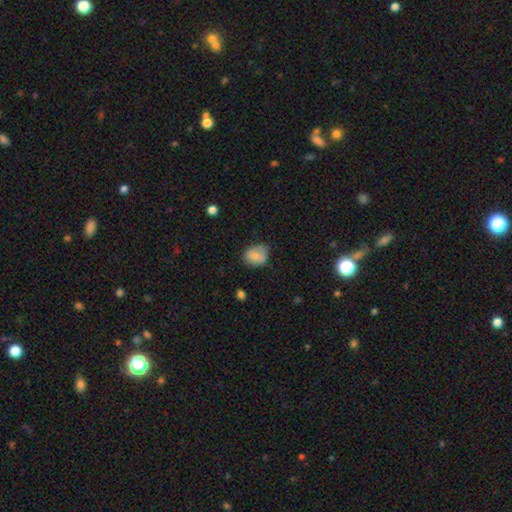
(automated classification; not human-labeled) This appears to be a smooth galaxy with no disk features (80%) that is round (52%). Merging: none (69%).